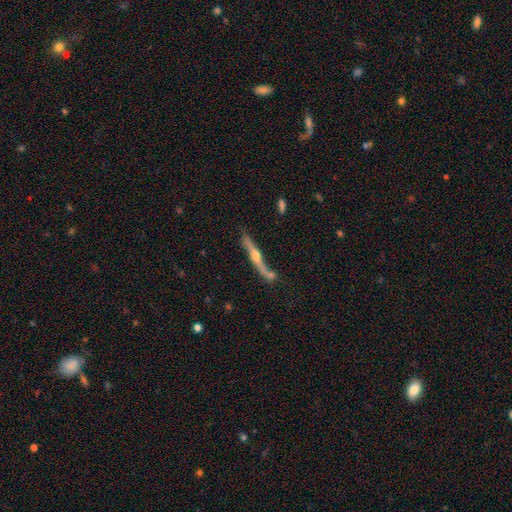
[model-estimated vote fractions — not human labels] Q: Smooth or featured?
A: featured or disk (75%); runner-up: smooth (19%)
Q: Edge-on disk?
A: yes (93%); runner-up: no (7%)
Q: Edge-on bulge?
A: rounded (91%); runner-up: none (6%)
Q: Merging?
A: none (64%); runner-up: minor disturbance (19%)